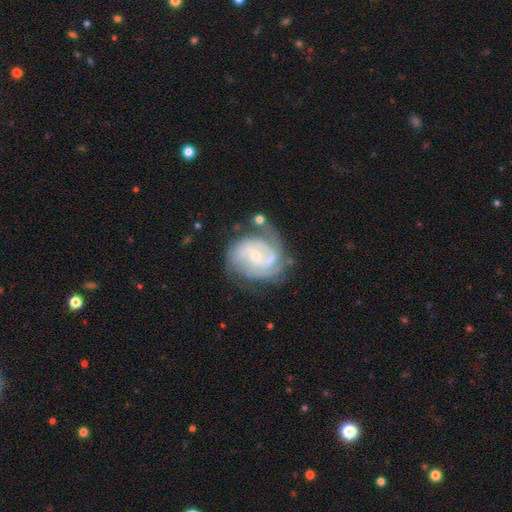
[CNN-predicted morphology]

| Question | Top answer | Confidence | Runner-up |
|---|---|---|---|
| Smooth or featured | featured or disk | 87% | smooth (8%) |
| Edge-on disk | no | 98% | yes (2%) |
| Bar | no | 49% | weak (40%) |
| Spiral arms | yes | 96% | no (4%) |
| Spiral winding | tight | 60% | medium (33%) |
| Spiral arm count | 2 | 43% | 3 (22%) |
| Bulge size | small | 69% | moderate (28%) |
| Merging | none | 61% | minor disturbance (22%) |